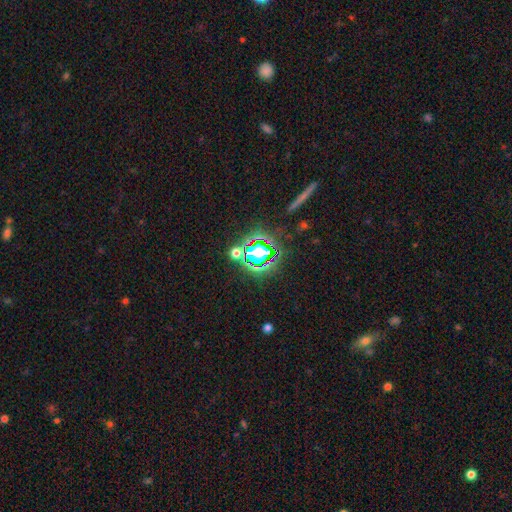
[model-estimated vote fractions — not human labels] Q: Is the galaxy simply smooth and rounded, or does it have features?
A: star or artifact — 65%.